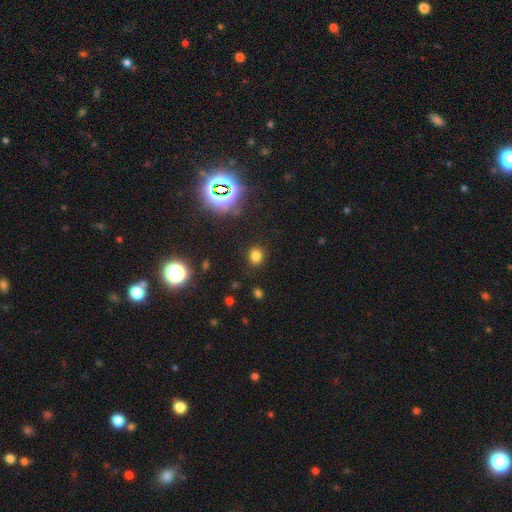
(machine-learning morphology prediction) Smooth or featured? Predicted: smooth (p=0.75). How rounded? Predicted: round (p=0.67). Merging? Predicted: none (p=0.86).